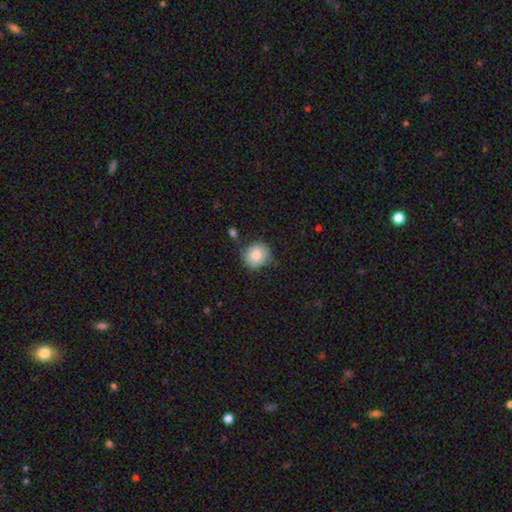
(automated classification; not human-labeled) Overall: smooth (82%). How rounded: round (87%). Merging: none (72%).